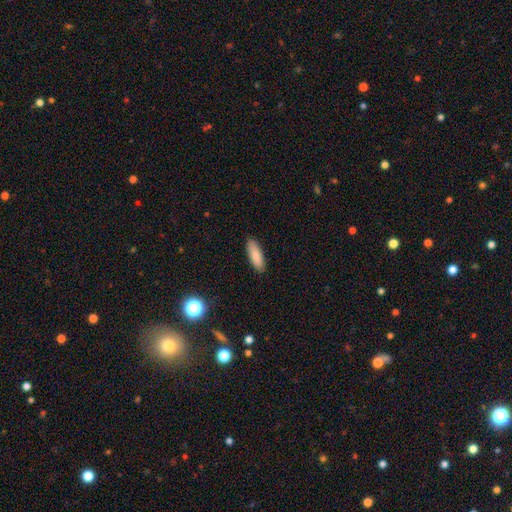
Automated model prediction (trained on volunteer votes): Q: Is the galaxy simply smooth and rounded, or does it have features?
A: smooth — 87%.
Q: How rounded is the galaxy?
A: in between — 64%.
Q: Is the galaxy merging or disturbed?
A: none — 88%.